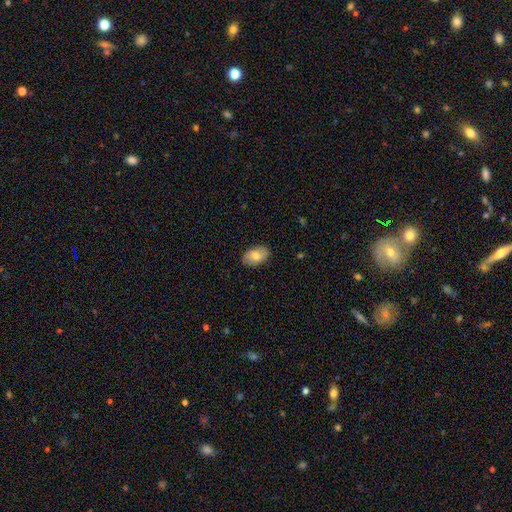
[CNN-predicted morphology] A smooth galaxy with no disk features (74%) that is in between round and cigar-shaped (92%). Merging: none (86%).